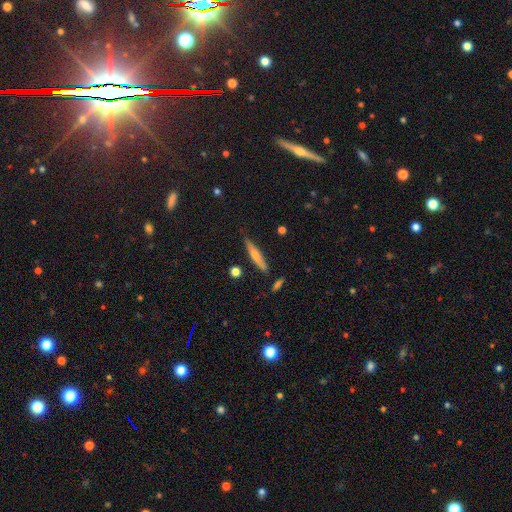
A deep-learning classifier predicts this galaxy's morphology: Smooth or featured?
  - smooth: 58% *
  - featured or disk: 35%
  - star or artifact: 7%
How rounded?
  - cigar-shaped: 89% *
  - in between: 9%
  - round: 2%
Merging?
  - none: 79% *
  - minor disturbance: 15%
  - merger: 3%
  - major disturbance: 3%